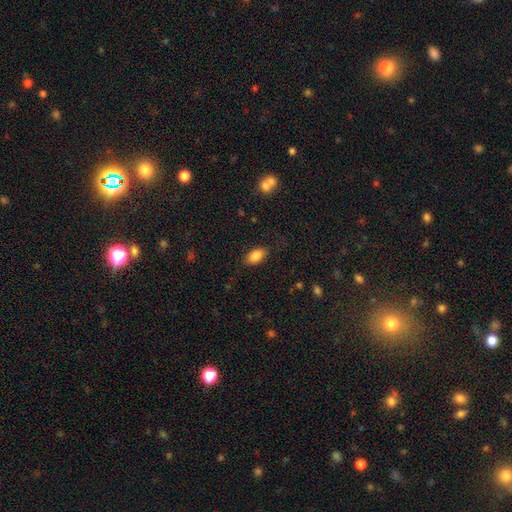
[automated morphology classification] This appears to be a smooth galaxy with no disk features (85%) that is in between round and cigar-shaped (91%). Merging: none (82%).